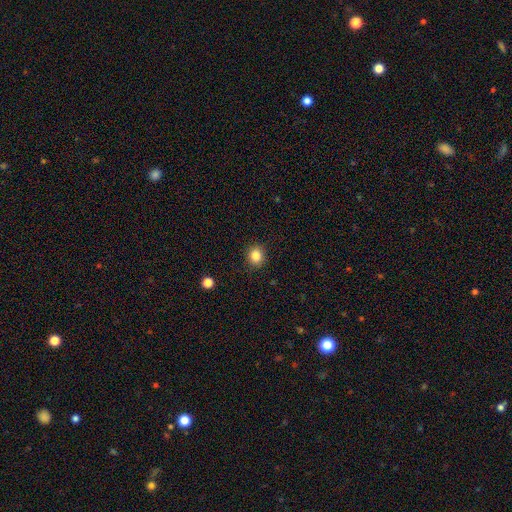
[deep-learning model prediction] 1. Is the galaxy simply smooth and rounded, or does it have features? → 85% smooth, 11% star or artifact, 5% featured or disk.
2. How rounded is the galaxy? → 77% round, 22% in between, 1% cigar-shaped.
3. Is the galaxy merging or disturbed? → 89% none, 7% minor disturbance, 2% major disturbance, 1% merger.